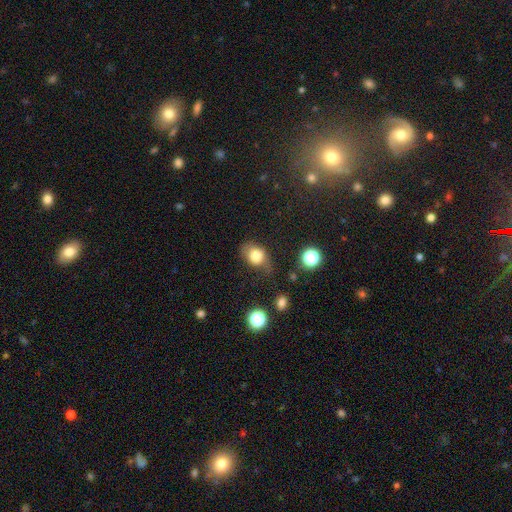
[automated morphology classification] Smooth or featured? Predicted: smooth (p=0.76). How rounded? Predicted: in between (p=0.63). Merging? Predicted: none (p=0.47).